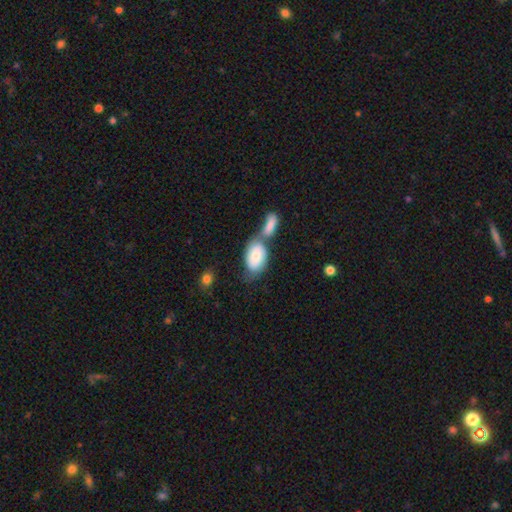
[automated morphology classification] The model was most divided on "merging": merger: 57%, none: 24%, minor disturbance: 12%, major disturbance: 7%. More confident: how rounded — in between (91%); smooth or featured — smooth (69%).